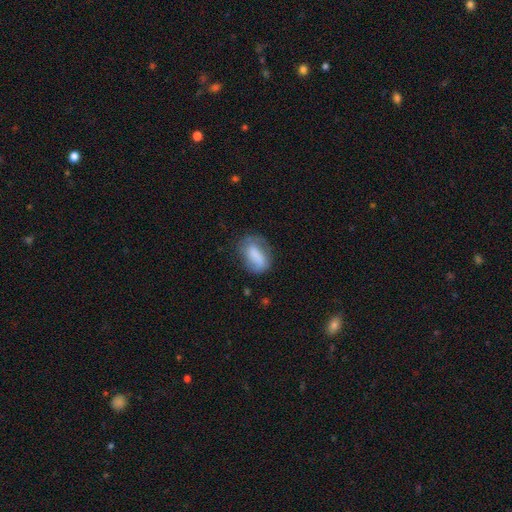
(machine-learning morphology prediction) This is likely a smooth galaxy (71%). How rounded: clearly in between (84%). Merging: possibly none (53%).